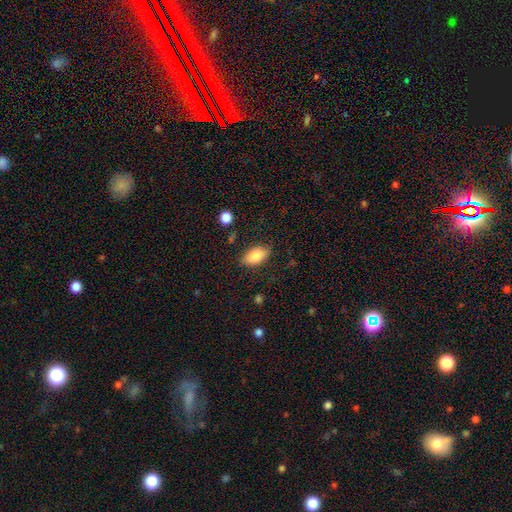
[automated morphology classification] Q: Smooth or featured?
A: smooth (83%); runner-up: featured or disk (10%)
Q: How rounded?
A: in between (91%); runner-up: round (5%)
Q: Merging?
A: none (83%); runner-up: minor disturbance (13%)